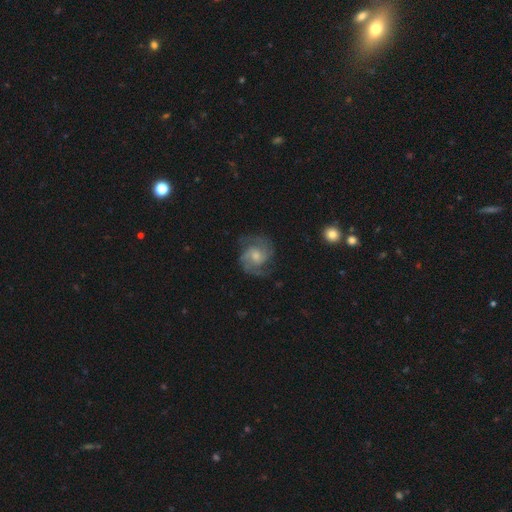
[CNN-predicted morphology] This is clearly a featured or disk galaxy (82%). It is clearly not viewed edge-on (98%). Bar: likely no (62%). Spiral arm pattern: clearly yes (96%). Spiral arm count: possibly 2 (53%). Spiral winding: possibly medium (51%). Central bulge: possibly moderate (49%). Merging: likely none (72%).